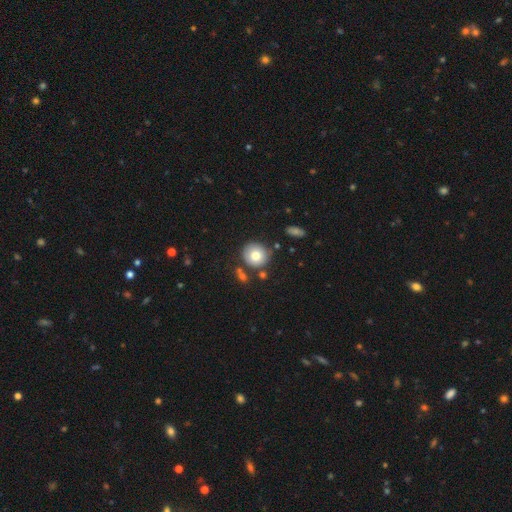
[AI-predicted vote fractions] This is likely a smooth galaxy (77%). How rounded: clearly round (91%). Merging: likely none (78%).